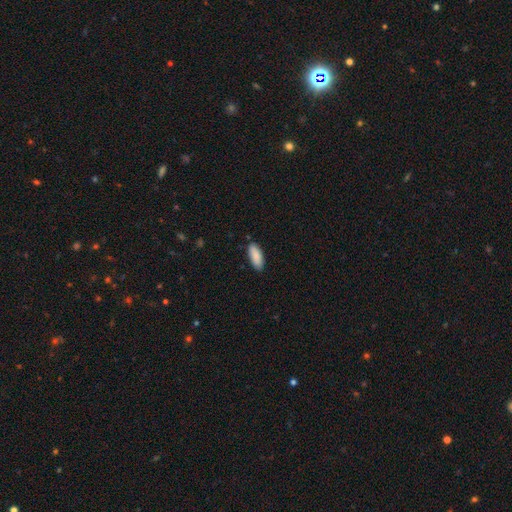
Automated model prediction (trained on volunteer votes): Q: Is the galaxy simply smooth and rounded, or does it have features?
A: smooth — 89%.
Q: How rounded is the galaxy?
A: in between — 80%.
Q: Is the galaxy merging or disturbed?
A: none — 86%.